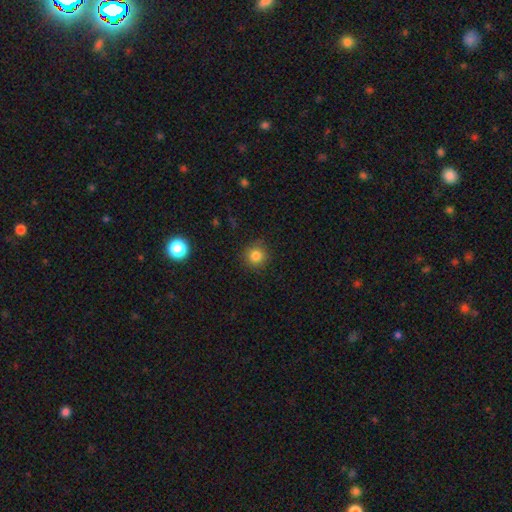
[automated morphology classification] type=smooth (82%); roundness=round (93%); merging=none (88%).